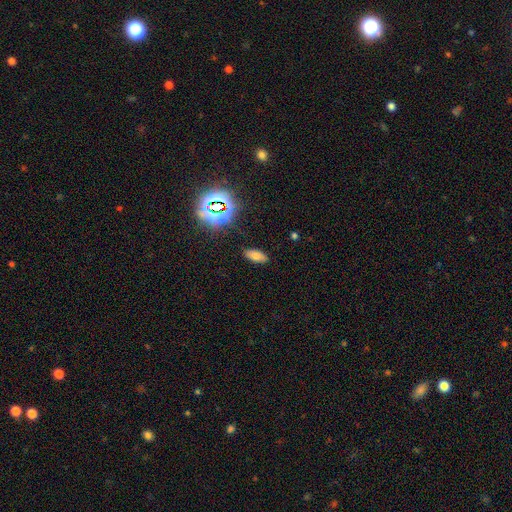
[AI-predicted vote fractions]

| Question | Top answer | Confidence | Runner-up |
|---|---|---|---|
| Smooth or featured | smooth | 66% | star or artifact (21%) |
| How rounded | in between | 87% | cigar-shaped (9%) |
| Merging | none | 86% | minor disturbance (10%) |